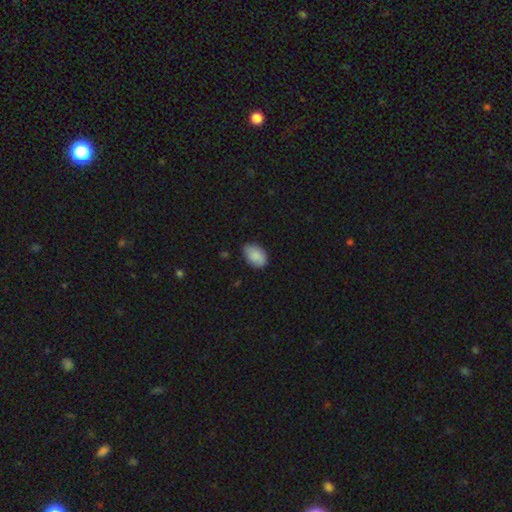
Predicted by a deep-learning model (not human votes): Morphology: type=smooth (88%); roundness=in between (87%); merging=none (76%).